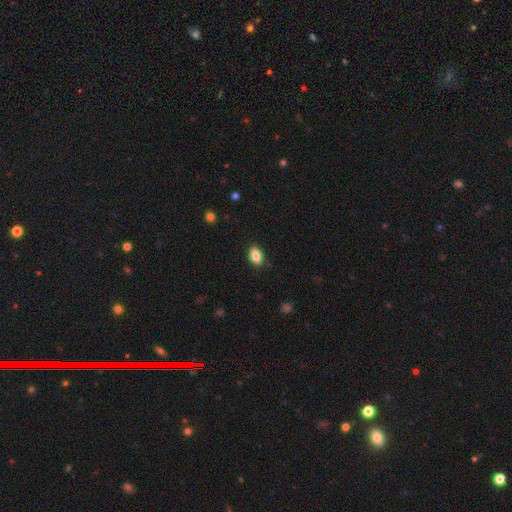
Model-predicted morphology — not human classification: Smooth or featured?
  - smooth: 86% *
  - star or artifact: 8%
  - featured or disk: 5%
How rounded?
  - in between: 87% *
  - round: 11%
  - cigar-shaped: 2%
Merging?
  - none: 86% *
  - minor disturbance: 10%
  - major disturbance: 2%
  - merger: 1%